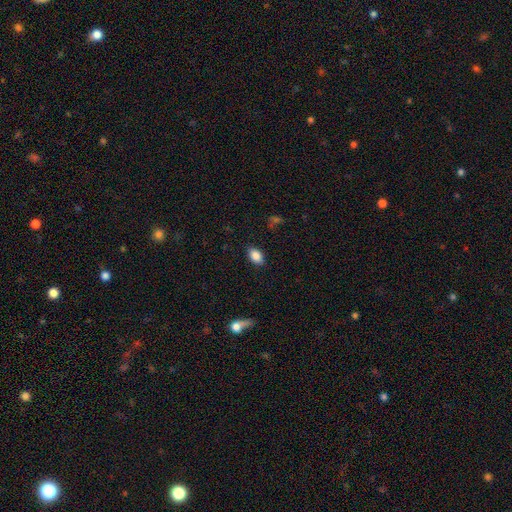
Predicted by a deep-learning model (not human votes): Smooth or featured? Predicted: smooth (p=0.86). How rounded? Predicted: in between (p=0.89). Merging? Predicted: none (p=0.87).